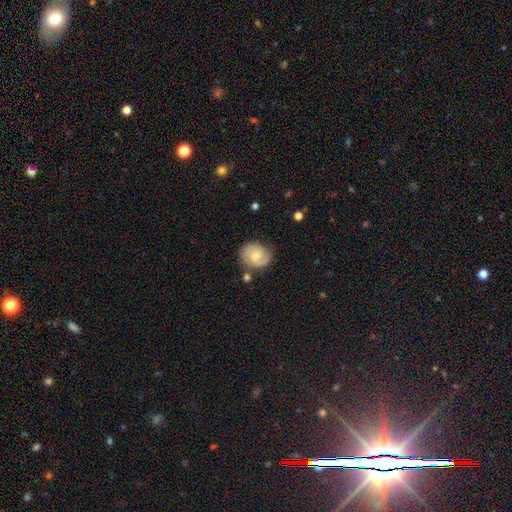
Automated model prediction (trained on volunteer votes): Morphology: type=featured or disk (55%); edge-on=no (97%); bar=no (55%); spiral arms=yes (86%); bulge=moderate (56%); merging=none (70%).